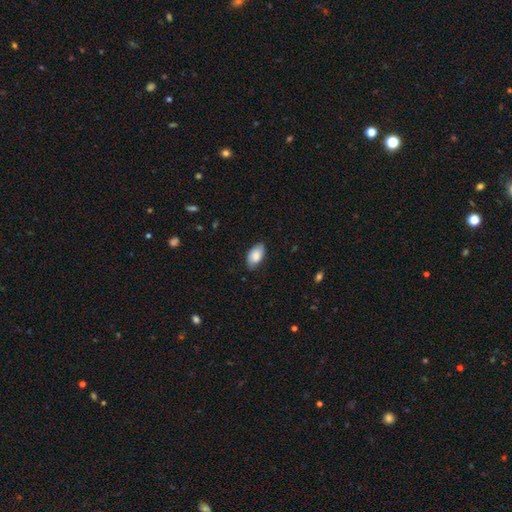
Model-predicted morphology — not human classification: This appears to be a smooth galaxy with no disk features (82%) that is in between round and cigar-shaped (94%). Merging: none (80%).